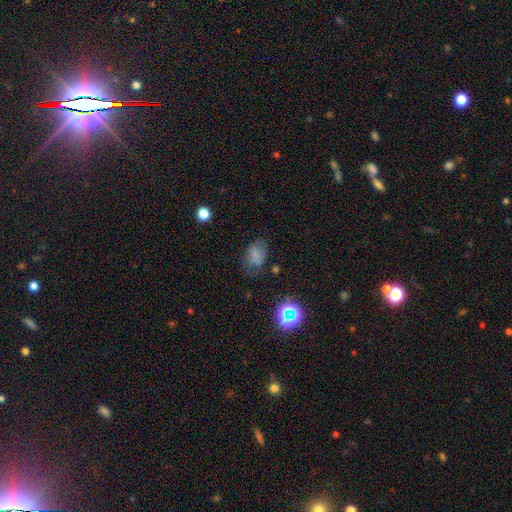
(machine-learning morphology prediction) Overall: smooth (68%). How rounded: in between (82%). Merging: none (59%; minor disturbance 26%).